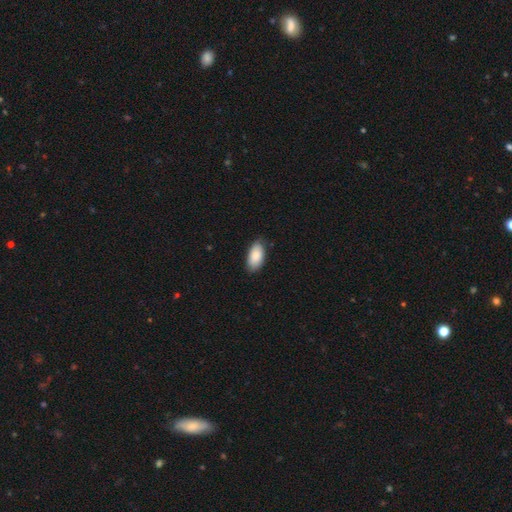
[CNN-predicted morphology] A smooth galaxy with no disk features (86%) that is in between round and cigar-shaped (95%). Merging: none (79%).